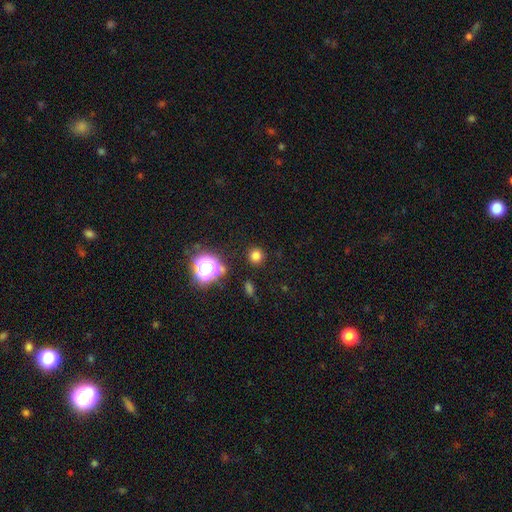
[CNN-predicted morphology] Smooth or featured? smooth (75%)
How rounded? round (93%)
Merging? none (88%)